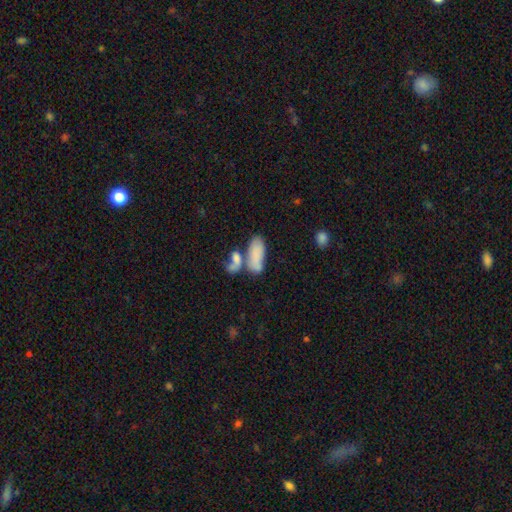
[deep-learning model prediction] A smooth galaxy with no disk features (76%) that is in between round and cigar-shaped (82%). Merging: merger (44%).